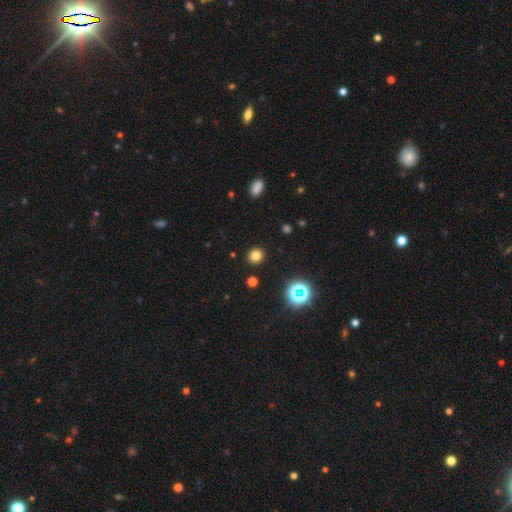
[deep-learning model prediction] smooth 77%, star or artifact 17%, featured or disk 6%. Down the decision tree: how rounded — round (82%); merging — none (91%).